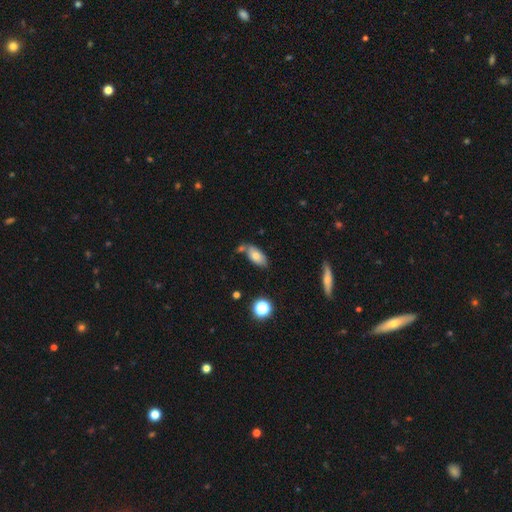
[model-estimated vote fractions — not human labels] smooth 71%, featured or disk 20%, star or artifact 9%. Down the decision tree: how rounded — in between (89%); merging — none (60%).